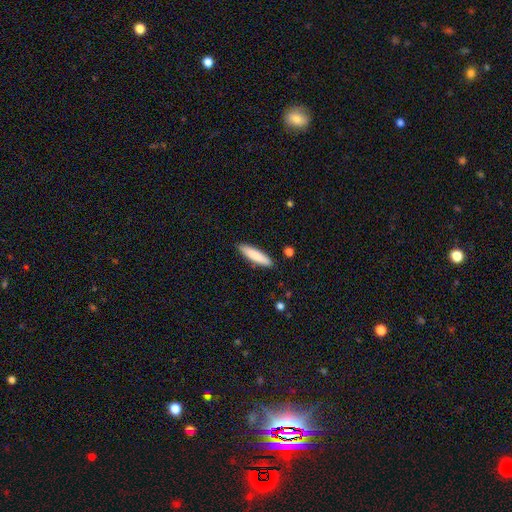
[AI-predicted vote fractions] Smooth or featured: smooth — 83% (featured or disk — 11%)
How rounded: cigar-shaped — 77% (in between — 21%)
Merging: none — 89% (minor disturbance — 8%)